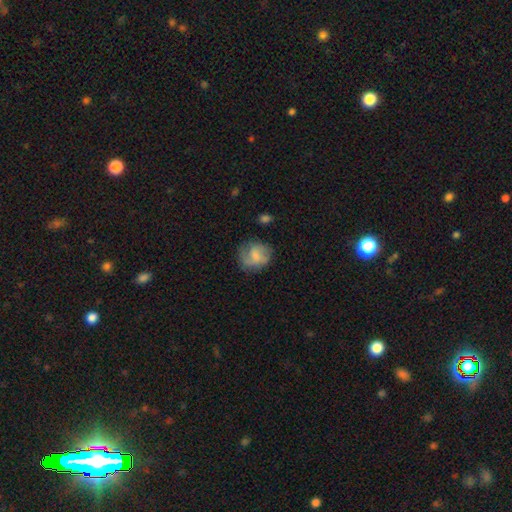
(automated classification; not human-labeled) This appears to be a smooth galaxy with no disk features (49%). Merging: none (63%).